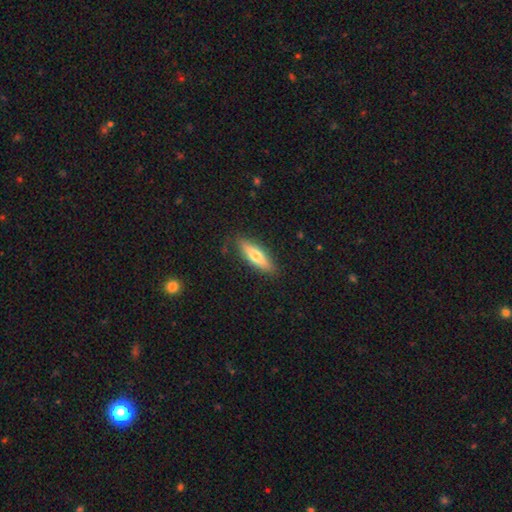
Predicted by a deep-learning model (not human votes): smooth_or_featured: smooth (p=0.65) [alt: featured or disk p=0.29]
how_rounded: cigar-shaped (p=0.54) [alt: in between p=0.44]
merging: none (p=0.85) [alt: minor disturbance p=0.11]